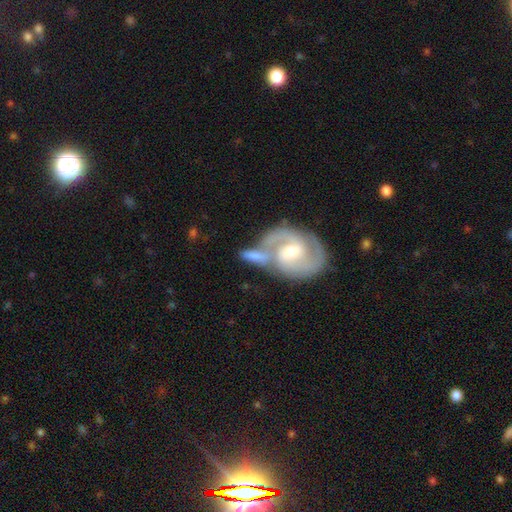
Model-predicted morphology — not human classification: Smooth or featured? featured or disk (58%)
Edge-on disk? no (92%)
Bar? weak (45%)
Spiral arms? yes (86%)
Bulge size? moderate (61%)
Merging? merger (45%)